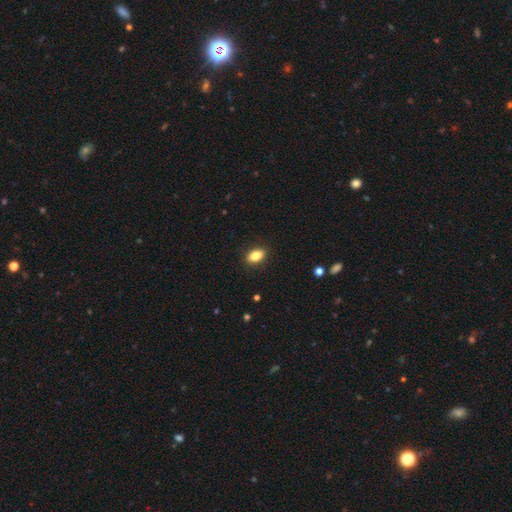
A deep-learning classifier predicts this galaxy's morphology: Overall: smooth (85%). How rounded: in between (88%). Merging: none (89%).